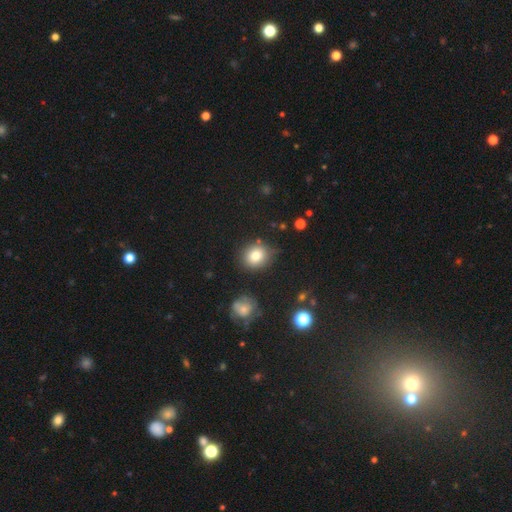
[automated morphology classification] Smooth or featured?
  - smooth: 80% *
  - star or artifact: 11%
  - featured or disk: 8%
How rounded?
  - round: 76% *
  - in between: 23%
  - cigar-shaped: 1%
Merging?
  - none: 79% *
  - minor disturbance: 14%
  - merger: 4%
  - major disturbance: 4%